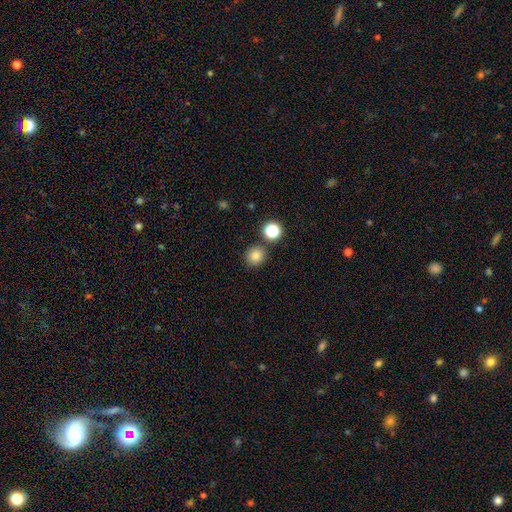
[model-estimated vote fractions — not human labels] Smooth or featured? smooth (82%)
How rounded? round (88%)
Merging? none (83%)